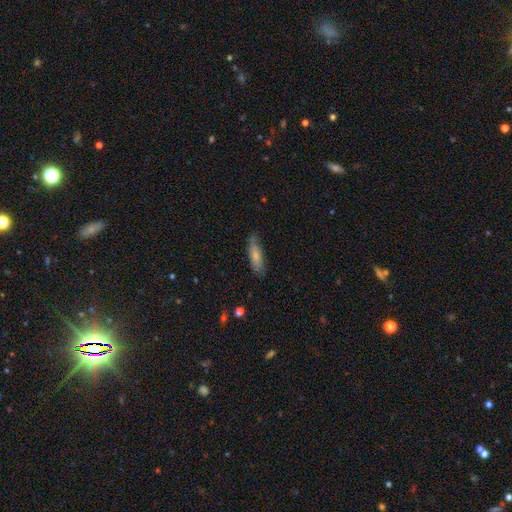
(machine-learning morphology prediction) Overall: smooth (73%). How rounded: cigar-shaped (53%; in between 46%). Merging: none (73%).